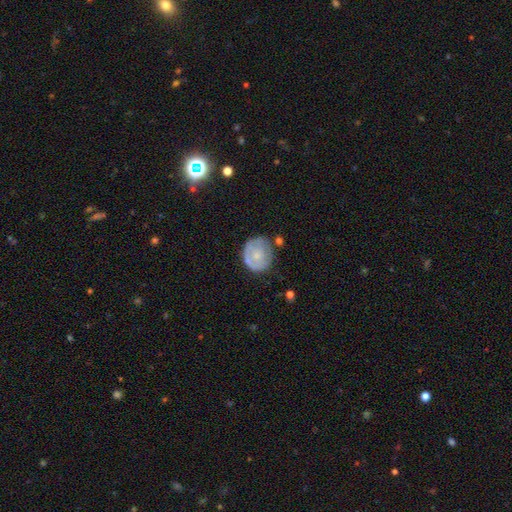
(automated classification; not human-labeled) Smooth or featured: featured or disk — 47% (tied with smooth — 47%)
Merging: none — 63% (minor disturbance — 24%)